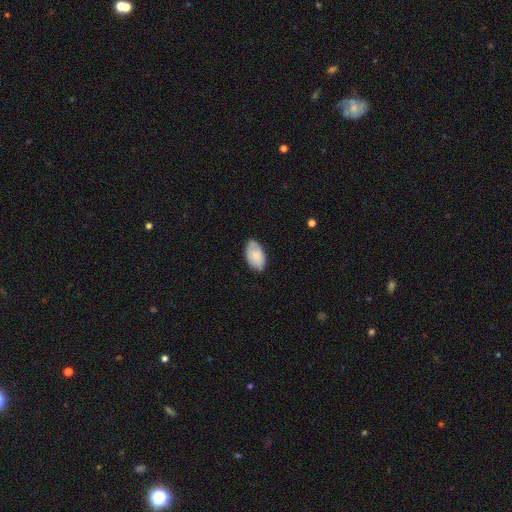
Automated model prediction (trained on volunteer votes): Morphology: type=smooth (77%); roundness=in between (95%); merging=none (76%).